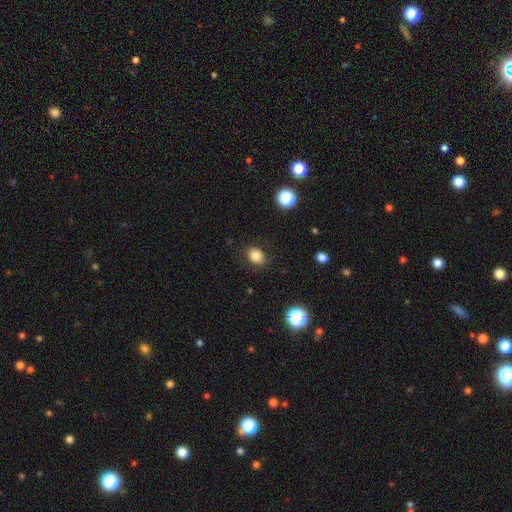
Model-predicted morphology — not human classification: This appears to be a smooth galaxy with no disk features (83%) that is in between round and cigar-shaped (55%). Merging: none (83%).